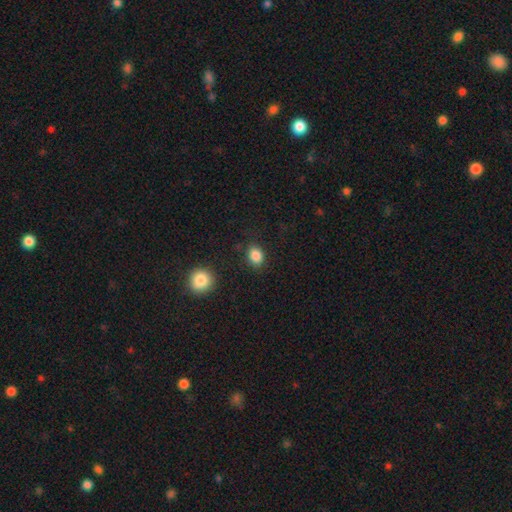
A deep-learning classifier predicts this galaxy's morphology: This is clearly a smooth galaxy (86%). How rounded: likely in between (60%). Merging: clearly none (84%).